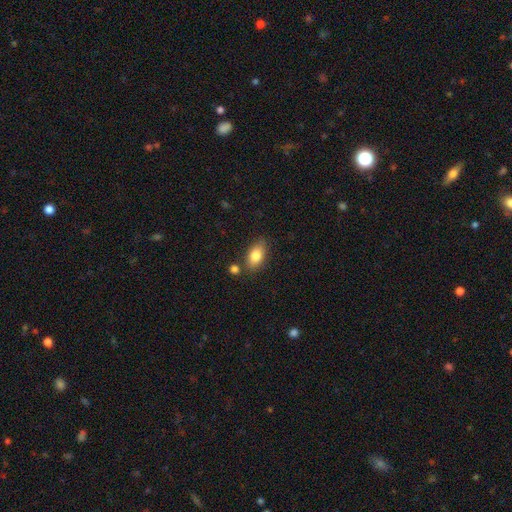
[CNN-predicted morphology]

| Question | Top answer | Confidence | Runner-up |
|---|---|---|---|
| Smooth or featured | smooth | 82% | featured or disk (11%) |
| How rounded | in between | 88% | round (7%) |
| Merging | none | 76% | minor disturbance (13%) |